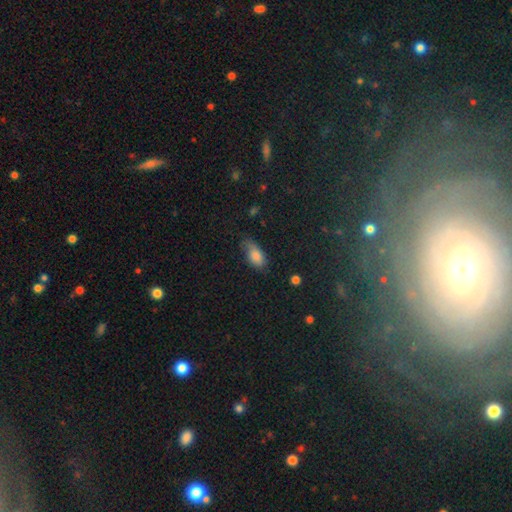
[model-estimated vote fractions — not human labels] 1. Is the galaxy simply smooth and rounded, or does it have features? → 78% smooth, 13% featured or disk, 10% star or artifact.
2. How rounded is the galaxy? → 89% in between, 7% cigar-shaped, 4% round.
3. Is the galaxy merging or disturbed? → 52% none, 35% minor disturbance, 11% major disturbance, 2% merger.